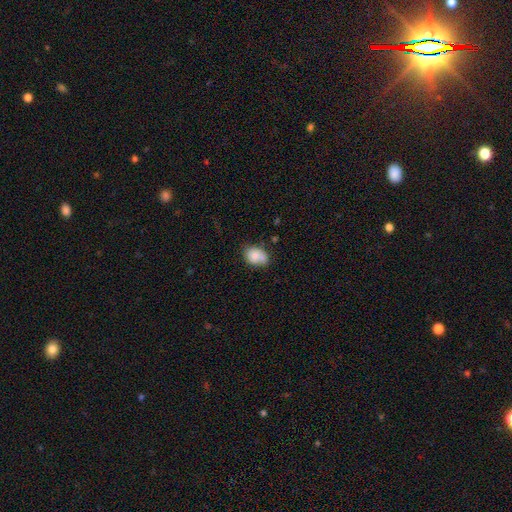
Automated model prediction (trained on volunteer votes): Overall: smooth (77%). How rounded: in between (70%). Merging: none (53%; minor disturbance 30%).